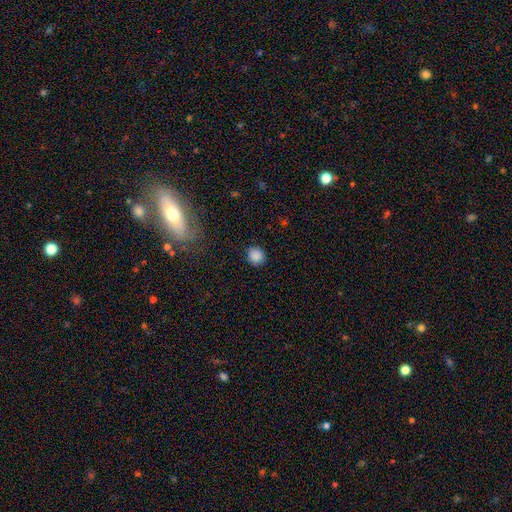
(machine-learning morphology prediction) type=smooth (87%); roundness=round (86%); merging=none (89%).